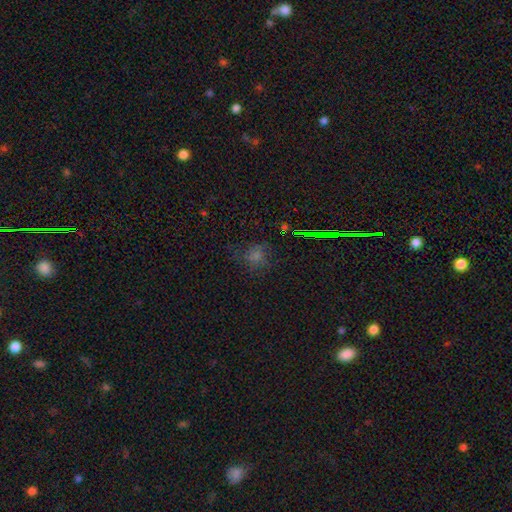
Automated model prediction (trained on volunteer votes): The model was most divided on "smooth or featured": smooth: 46%, star or artifact: 38%, featured or disk: 16%. More confident: merging — none (71%).